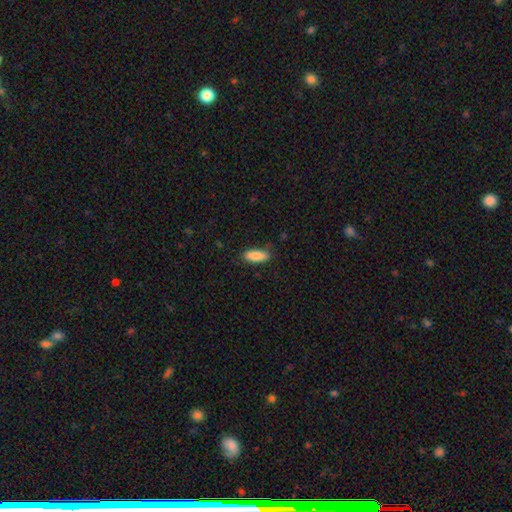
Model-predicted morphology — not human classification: This appears to be a smooth galaxy with no disk features (85%) that is in between round and cigar-shaped (67%). Merging: none (82%).